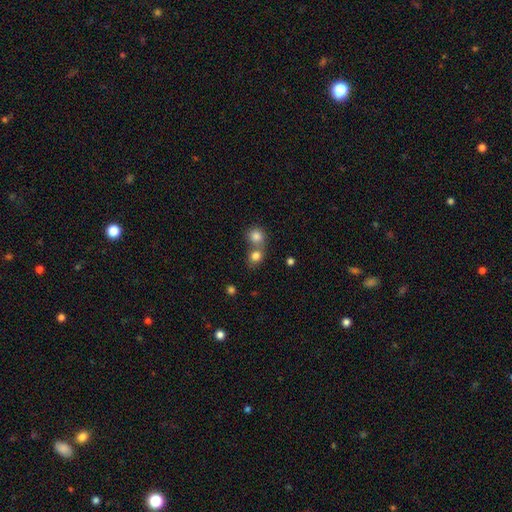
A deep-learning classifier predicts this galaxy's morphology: Smooth or featured?
  - smooth: 81% *
  - star or artifact: 11%
  - featured or disk: 8%
How rounded?
  - round: 73% *
  - in between: 26%
  - cigar-shaped: 1%
Merging?
  - merger: 49% *
  - none: 41%
  - minor disturbance: 7%
  - major disturbance: 3%